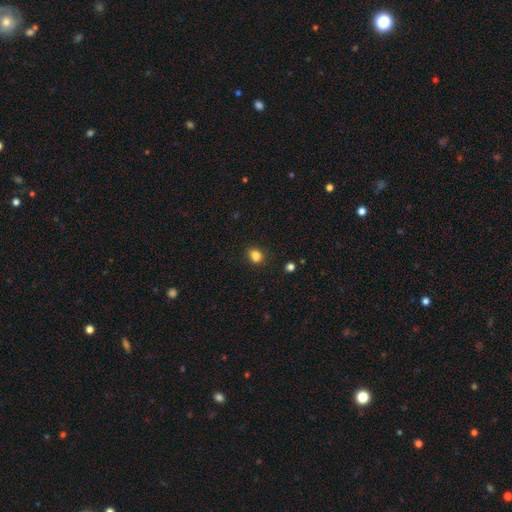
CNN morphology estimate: Smooth or featured? smooth (84%)
How rounded? round (51%)
Merging? none (84%)